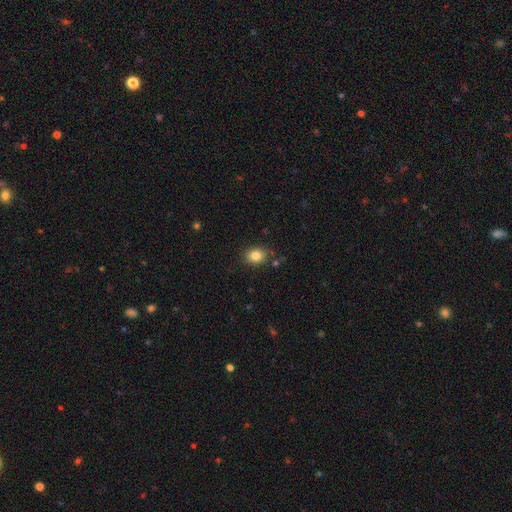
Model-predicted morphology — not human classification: Smooth or featured? Predicted: smooth (p=0.83). How rounded? Predicted: round (p=0.55). Merging? Predicted: none (p=0.85).